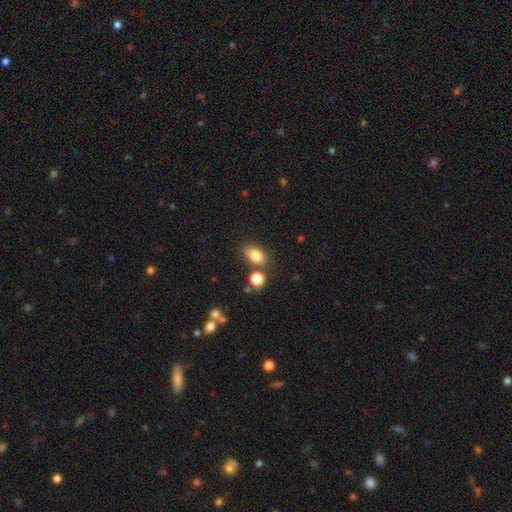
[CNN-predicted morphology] Smooth or featured?
  - smooth: 81% *
  - star or artifact: 10%
  - featured or disk: 9%
How rounded?
  - in between: 81% *
  - round: 17%
  - cigar-shaped: 3%
Merging?
  - none: 72% *
  - minor disturbance: 13%
  - merger: 12%
  - major disturbance: 4%